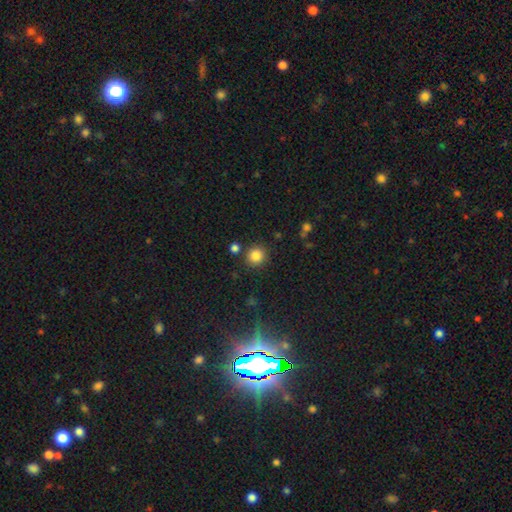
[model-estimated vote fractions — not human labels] A smooth galaxy with no disk features (84%) that is round (91%).

Vote fractions:
- Smooth or featured? smooth: 84% / star or artifact: 12% / featured or disk: 4%
- How rounded? round: 91% / in between: 8% / cigar-shaped: 1%
- Merging? none: 84% / minor disturbance: 8% / merger: 5% / major disturbance: 3%